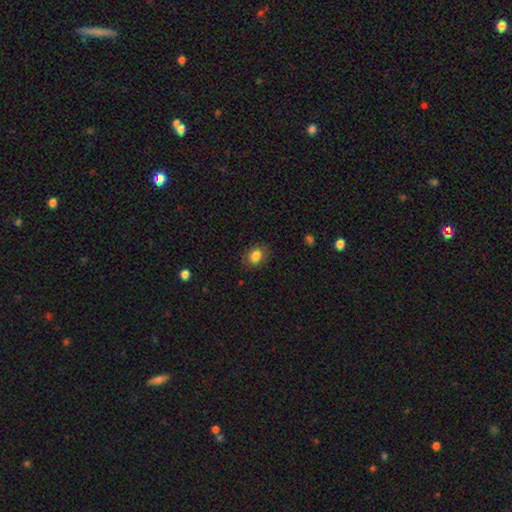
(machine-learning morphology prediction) Smooth or featured? smooth (85%)
How rounded? in between (59%)
Merging? none (85%)